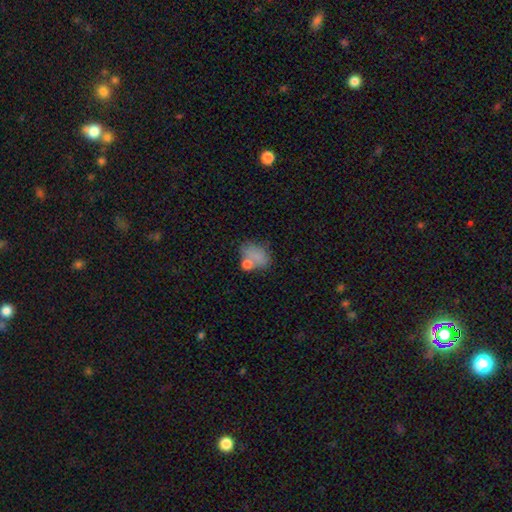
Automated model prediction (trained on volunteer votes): Smooth or featured? Predicted: smooth (p=0.75). How rounded? Predicted: in between (p=0.73). Merging? Predicted: none (p=0.40).